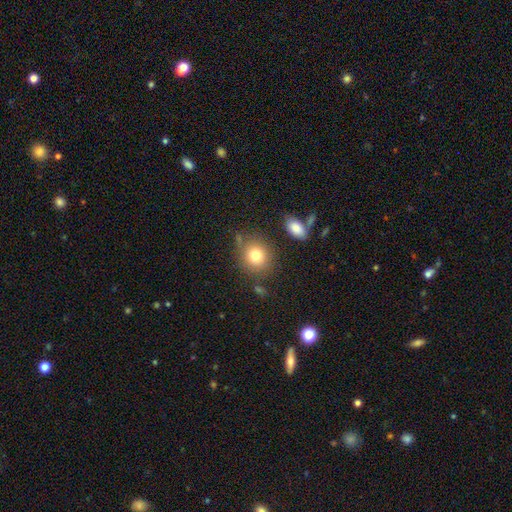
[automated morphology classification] A smooth galaxy with no disk features (79%) that is round (83%).

Vote fractions:
- Smooth or featured? smooth: 79% / star or artifact: 11% / featured or disk: 10%
- How rounded? round: 83% / in between: 16% / cigar-shaped: 1%
- Merging? none: 74% / minor disturbance: 14% / merger: 7% / major disturbance: 5%